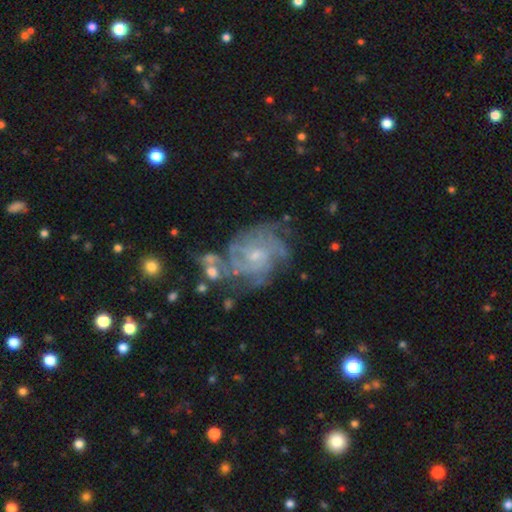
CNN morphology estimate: Overall: featured or disk (82%). Edge-on disk: no (98%). Bar: no (59%; weak 36%). Spiral arms: yes (90%). Spiral arm count: can't tell (42%; 4 19%). Spiral winding: tight (57%; medium 32%). Bulge size: small (67%). Merging: none (53%; minor disturbance 21%).